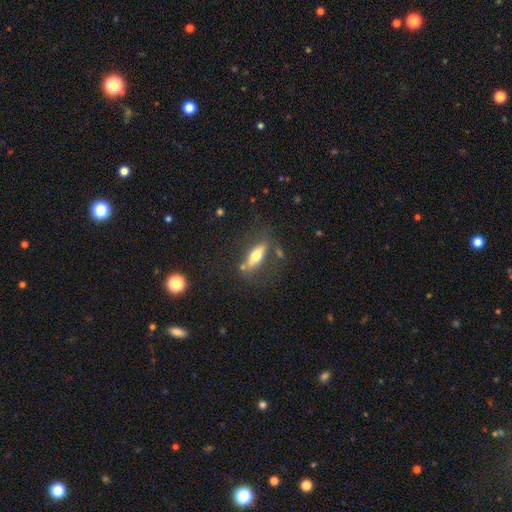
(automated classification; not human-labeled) Smooth or featured? Predicted: smooth (p=0.56). How rounded? Predicted: cigar-shaped (p=0.50). Merging? Predicted: none (p=0.72).